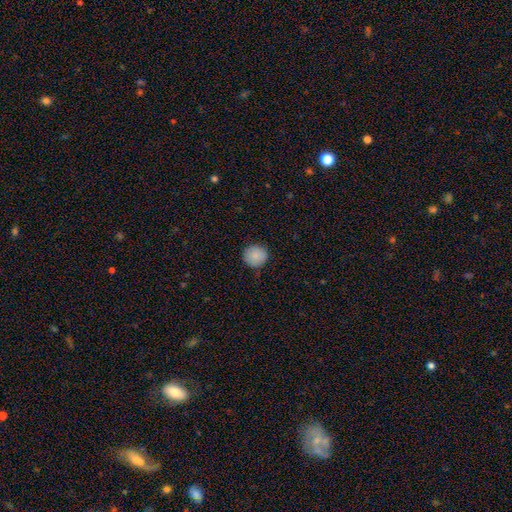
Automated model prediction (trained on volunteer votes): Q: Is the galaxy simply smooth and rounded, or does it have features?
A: smooth — 88%.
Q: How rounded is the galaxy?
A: round — 91%.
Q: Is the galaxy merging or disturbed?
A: none — 87%.